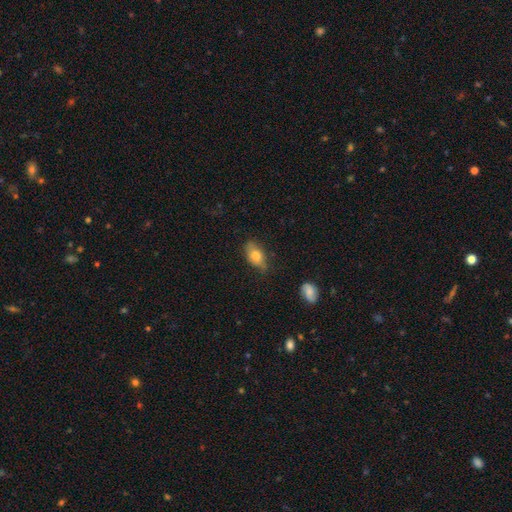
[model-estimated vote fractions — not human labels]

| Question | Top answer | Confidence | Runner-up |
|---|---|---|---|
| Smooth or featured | smooth | 75% | featured or disk (18%) |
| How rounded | in between | 88% | round (7%) |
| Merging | none | 68% | minor disturbance (25%) |